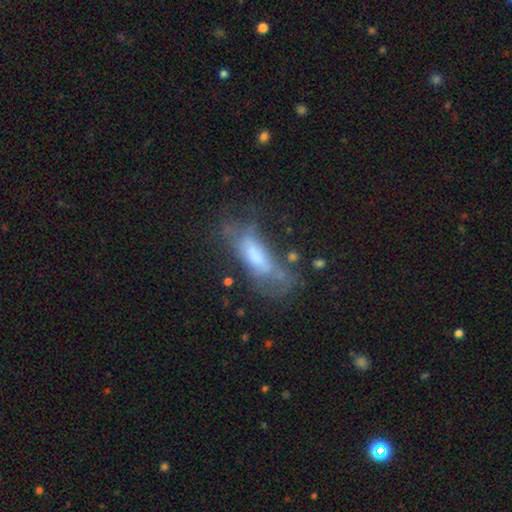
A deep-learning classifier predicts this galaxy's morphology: This appears to be a smooth galaxy with no disk features (53%) that is in between round and cigar-shaped (59%). Merging: none (35%).